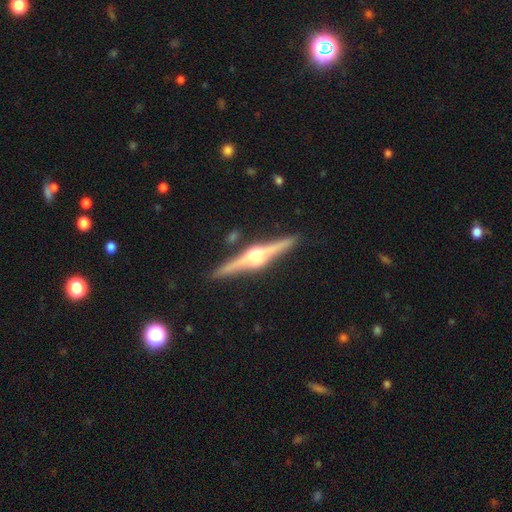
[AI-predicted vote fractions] A featured or disk galaxy (86%) viewed edge-on (98%) with a rounded central bulge (91%). Merging: none (90%).